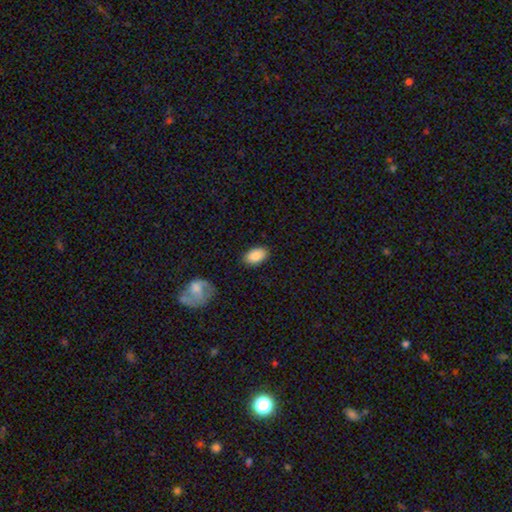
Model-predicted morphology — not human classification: A smooth galaxy with no disk features (87%) that is in between round and cigar-shaped (92%).

Vote fractions:
- Smooth or featured? smooth: 87% / star or artifact: 7% / featured or disk: 6%
- How rounded? in between: 92% / round: 6% / cigar-shaped: 1%
- Merging? none: 86% / minor disturbance: 10% / major disturbance: 3% / merger: 2%